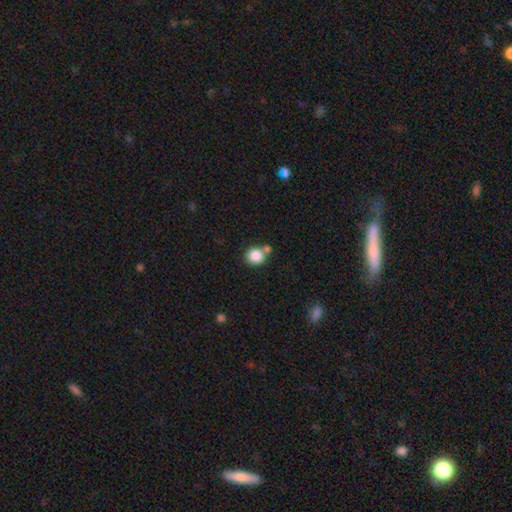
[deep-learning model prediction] A smooth galaxy with no disk features (85%) that is round (86%). Merging: none (63%).